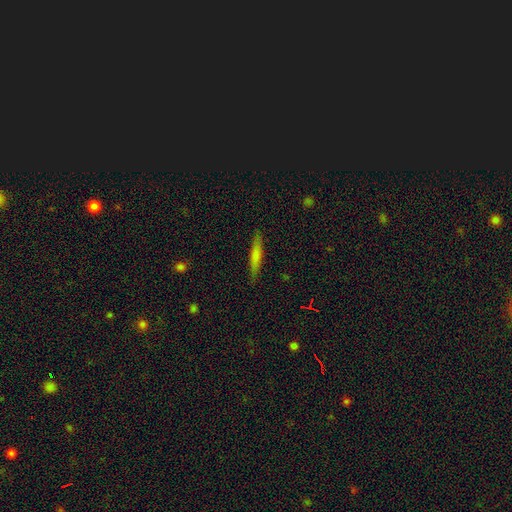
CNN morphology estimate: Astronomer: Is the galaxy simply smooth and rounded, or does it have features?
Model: smooth — 70%.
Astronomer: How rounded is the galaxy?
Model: cigar-shaped — 90%.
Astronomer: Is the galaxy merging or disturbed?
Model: none — 88%.